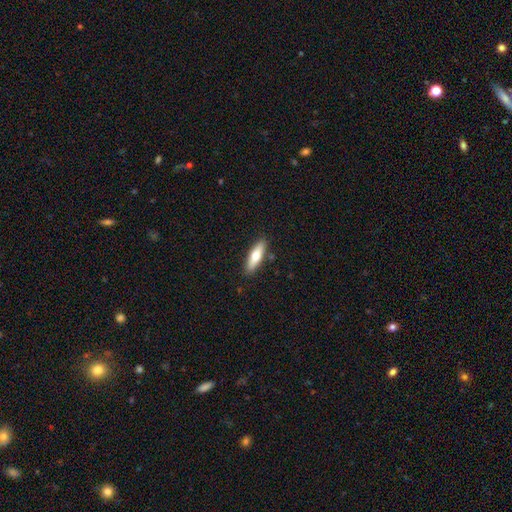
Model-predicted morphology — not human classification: Q: Smooth or featured?
A: smooth (65%); runner-up: featured or disk (29%)
Q: How rounded?
A: cigar-shaped (57%); runner-up: in between (41%)
Q: Merging?
A: none (88%); runner-up: minor disturbance (9%)